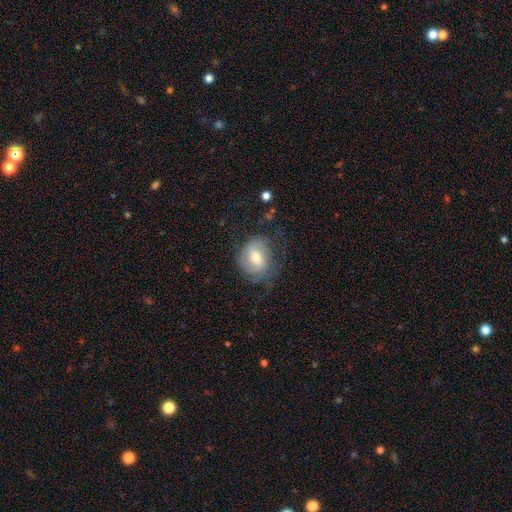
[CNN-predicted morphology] Overall: featured or disk (59%; smooth 34%). Edge-on disk: no (97%). Bar: weak (46%; no 43%). Spiral arms: yes (81%). Bulge size: moderate (61%; small 29%). Merging: none (53%; minor disturbance 24%).